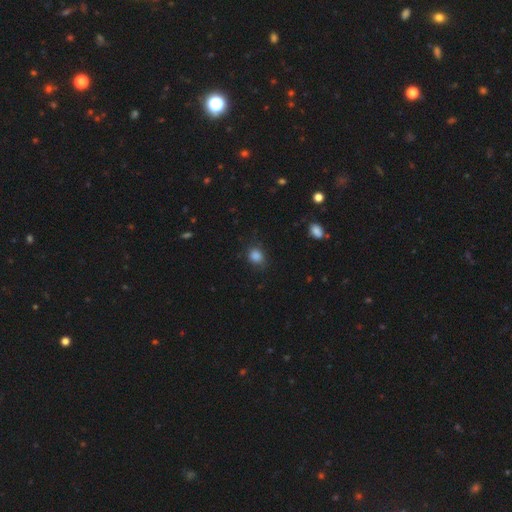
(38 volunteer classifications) A smooth galaxy with no disk features (84%) that is round (88%). Merging: none (85%).